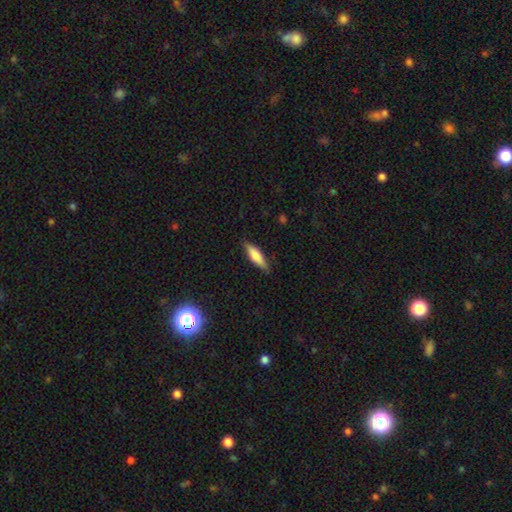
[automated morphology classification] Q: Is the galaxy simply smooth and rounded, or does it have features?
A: smooth — 74%.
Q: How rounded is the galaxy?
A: cigar-shaped — 63%.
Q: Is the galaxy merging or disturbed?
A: none — 85%.